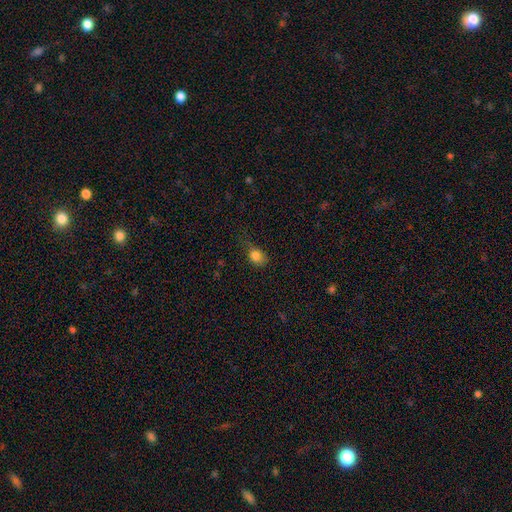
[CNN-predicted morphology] type=smooth (82%); roundness=in between (50%); merging=none (46%).